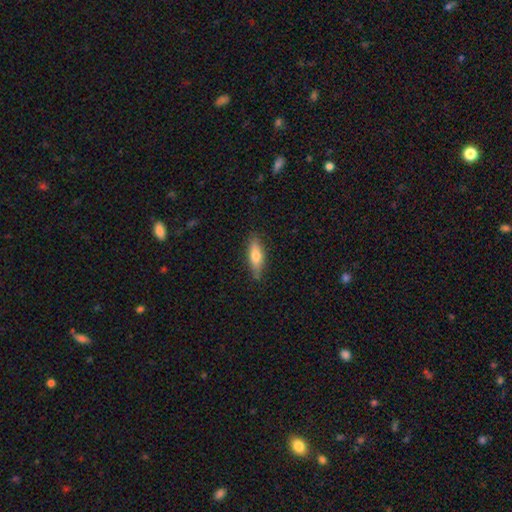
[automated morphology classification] Smooth or featured?
  - smooth: 63% *
  - featured or disk: 31%
  - star or artifact: 6%
How rounded?
  - in between: 49% * (tied)
  - cigar-shaped: 49% * (tied)
  - round: 3%
Merging?
  - none: 81% *
  - minor disturbance: 15%
  - major disturbance: 3%
  - merger: 1%